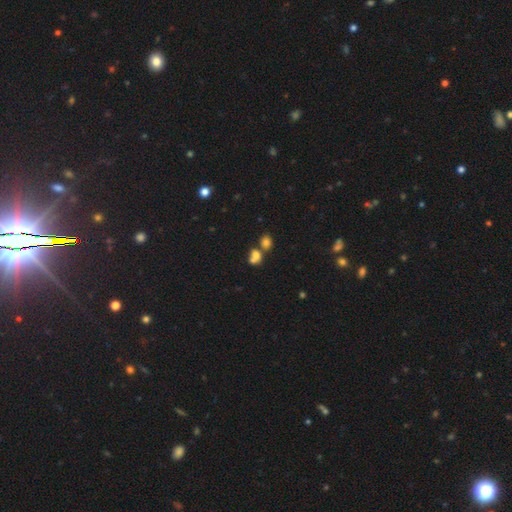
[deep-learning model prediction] A smooth galaxy with no disk features (70%) that is round (56%). Merging: merger (59%).